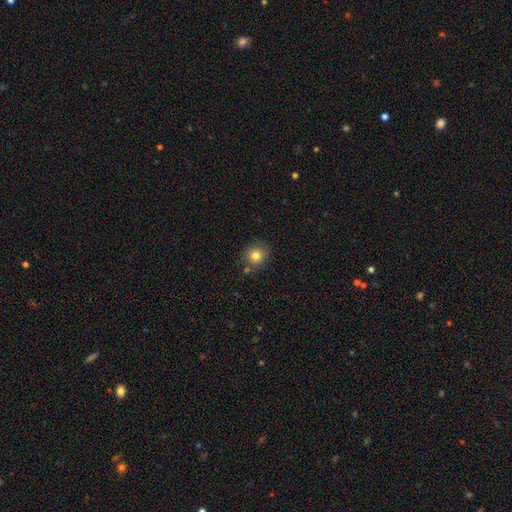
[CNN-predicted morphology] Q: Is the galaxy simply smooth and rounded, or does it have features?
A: smooth — 79%.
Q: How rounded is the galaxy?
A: round — 86%.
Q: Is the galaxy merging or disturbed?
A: none — 76%.